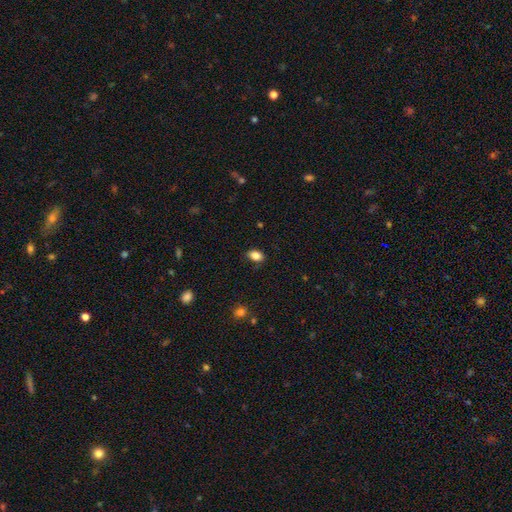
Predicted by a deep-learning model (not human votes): smooth 84%, star or artifact 9%, featured or disk 6%. Down the decision tree: how rounded — in between (83%); merging — none (81%).